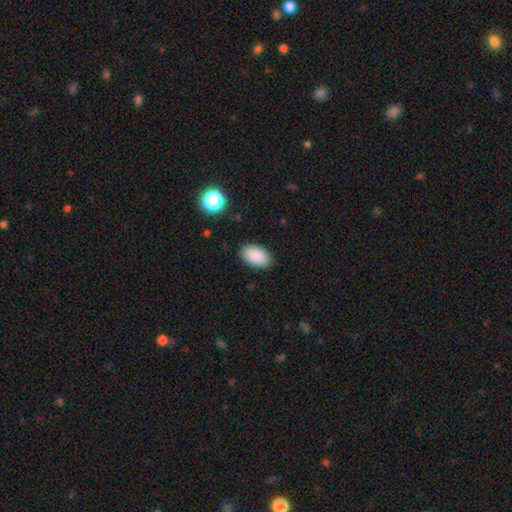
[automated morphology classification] This appears to be a smooth galaxy with no disk features (89%) that is in between round and cigar-shaped (94%). Merging: none (88%).